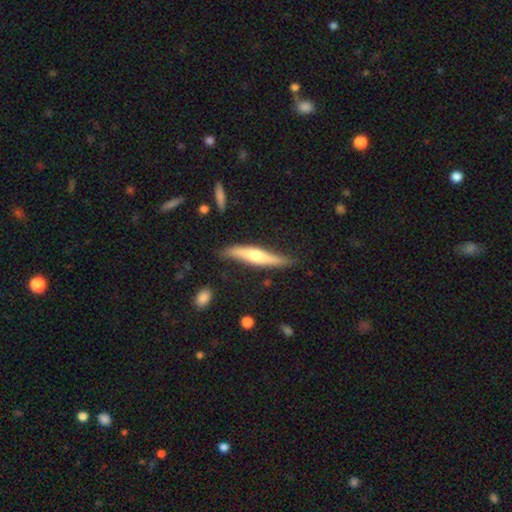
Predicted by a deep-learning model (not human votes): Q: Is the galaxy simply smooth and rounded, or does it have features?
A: featured or disk — 58%.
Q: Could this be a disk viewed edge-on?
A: yes — 89%.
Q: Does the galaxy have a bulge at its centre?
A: rounded — 86%.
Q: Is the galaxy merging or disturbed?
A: none — 76%.